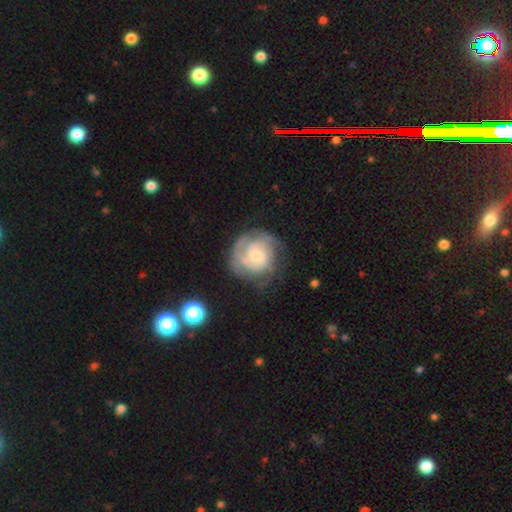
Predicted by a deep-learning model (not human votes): smooth-or-featured: featured or disk: 75% | smooth: 19% | star or artifact: 6%
  disk-edge-on: no: 98% | yes: 2%
    bar: no: 70% | weak: 26% | strong: 4%
    has-spiral-arms: yes: 89% | no: 11%
      spiral-winding: tight: 62% | medium: 29% | loose: 9%
      spiral-arm-count: can't tell: 35% | 2: 31% | 3: 17% | 1: 8% | 4: 5% | more than 4: 4%
    bulge-size: small: 47% | moderate: 41% | large: 7% | none: 3% | dominant: 1%
  merging: none: 65% | minor disturbance: 20% | major disturbance: 12% | merger: 2%